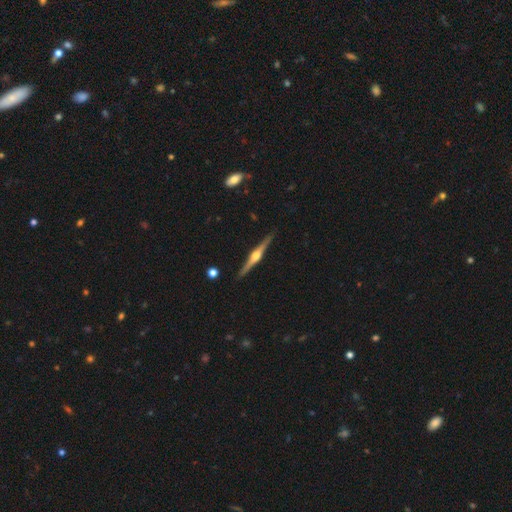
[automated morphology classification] The model was most divided on "smooth or featured": featured or disk: 84%, smooth: 11%, star or artifact: 5%. More confident: edge-on disk — yes (98%); edge-on bulge — rounded (93%); merging — none (91%).